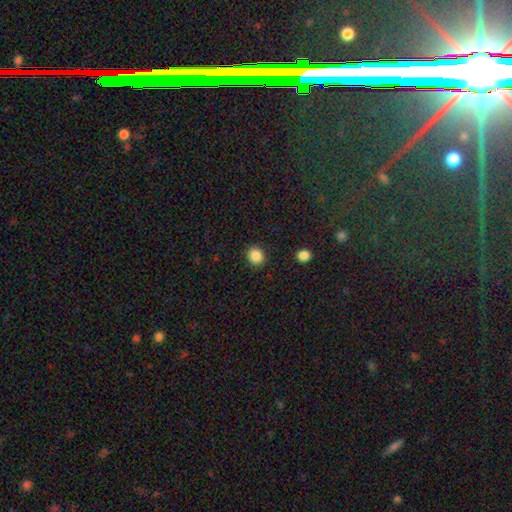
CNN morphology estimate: smooth_or_featured: smooth (p=0.86) [alt: star or artifact p=0.10]
how_rounded: round (p=0.77) [alt: in between p=0.22]
merging: none (p=0.90) [alt: minor disturbance p=0.06]